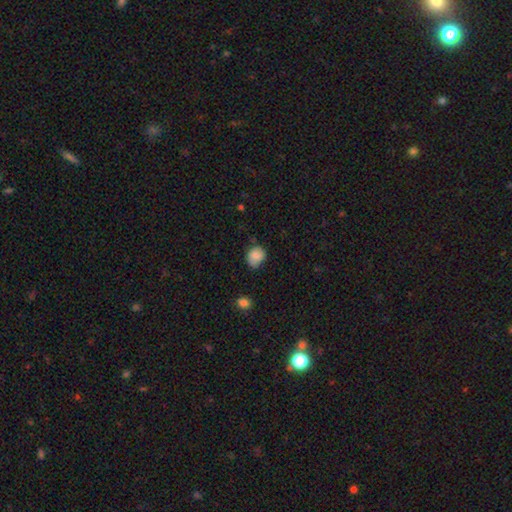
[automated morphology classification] smooth-or-featured: smooth: 82% | star or artifact: 9% | featured or disk: 9%
  how-rounded: round: 60% | in between: 39% | cigar-shaped: 1%
  merging: none: 62% | minor disturbance: 30% | major disturbance: 5% | merger: 2%